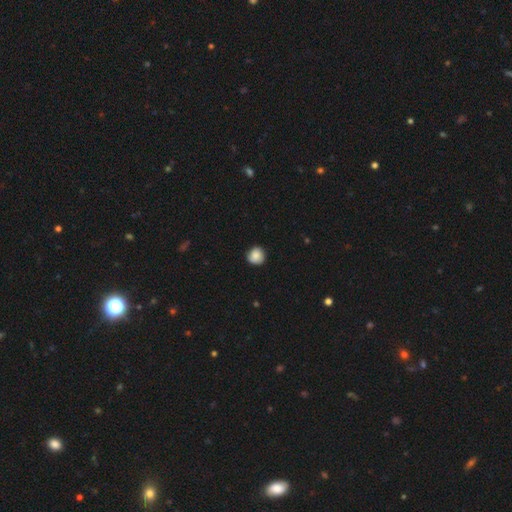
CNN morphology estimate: Smooth or featured?
  - smooth: 85% *
  - star or artifact: 9%
  - featured or disk: 6%
How rounded?
  - round: 91% *
  - in between: 8%
  - cigar-shaped: 1%
Merging?
  - none: 85% *
  - minor disturbance: 12%
  - major disturbance: 2%
  - merger: 1%